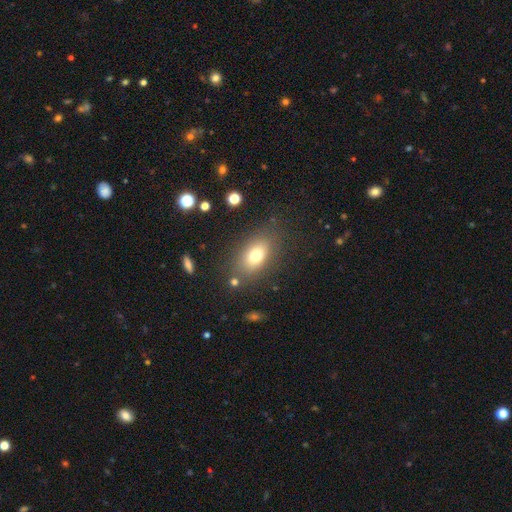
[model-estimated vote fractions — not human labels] smooth 73%, featured or disk 16%, star or artifact 11%. Down the decision tree: how rounded — in between (83%); merging — none (79%).